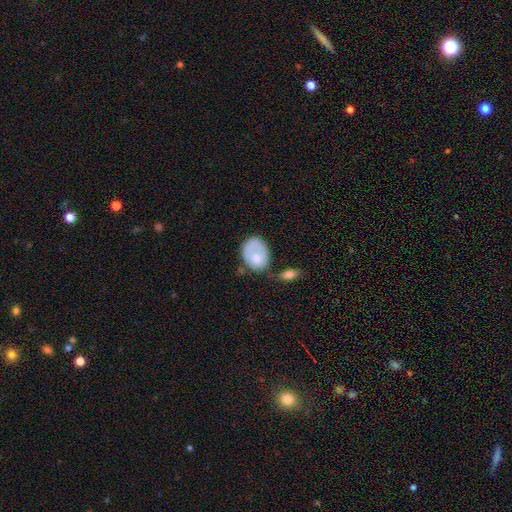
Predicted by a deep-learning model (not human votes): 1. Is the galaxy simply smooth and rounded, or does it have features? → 65% smooth, 29% featured or disk, 6% star or artifact.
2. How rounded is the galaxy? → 67% in between, 32% round, 1% cigar-shaped.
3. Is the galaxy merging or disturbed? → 40% none, 26% minor disturbance, 21% major disturbance, 14% merger.